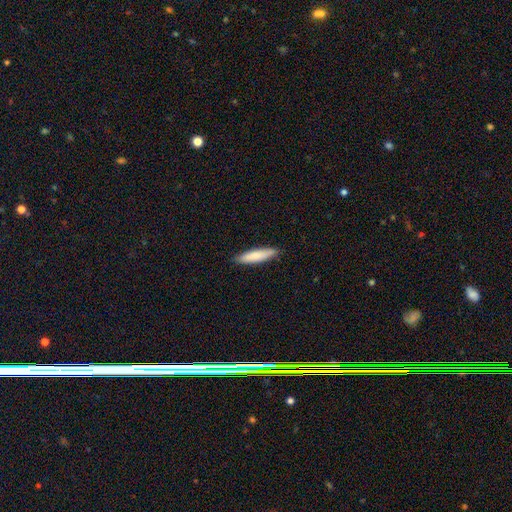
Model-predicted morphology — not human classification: Smooth or featured? Predicted: smooth (p=0.81). How rounded? Predicted: cigar-shaped (p=0.77). Merging? Predicted: none (p=0.87).